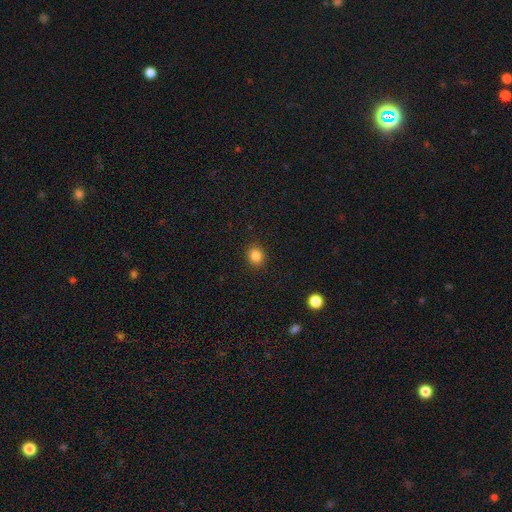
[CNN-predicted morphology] The model was most divided on "how rounded": round: 77%, in between: 22%, cigar-shaped: 1%. More confident: merging — none (91%); smooth or featured — smooth (84%).